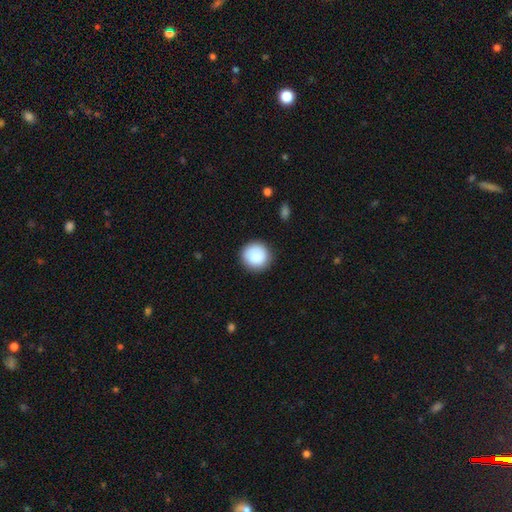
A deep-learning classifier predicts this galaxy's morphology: smooth_or_featured: smooth (p=0.89) [alt: star or artifact p=0.07]
how_rounded: round (p=0.94) [alt: in between p=0.05]
merging: none (p=0.90) [alt: minor disturbance p=0.07]